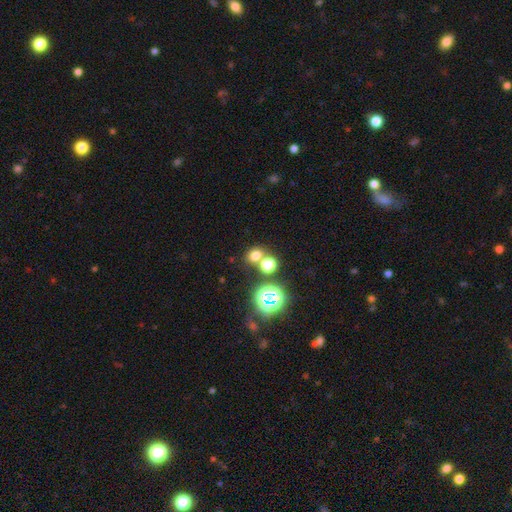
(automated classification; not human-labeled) Morphology: type=smooth (66%); roundness=round (69%); merging=none (58%).